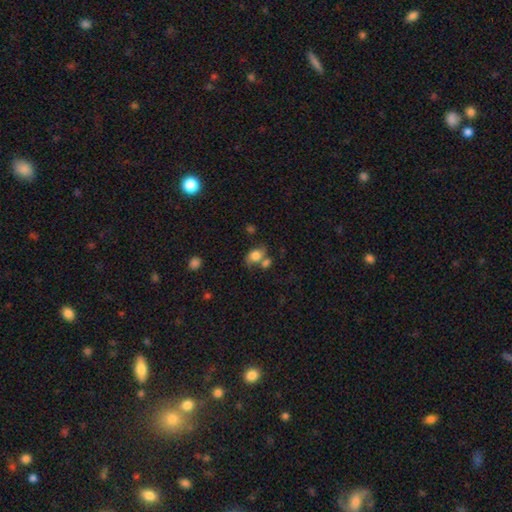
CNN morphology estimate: A smooth galaxy with no disk features (74%) that is in between round and cigar-shaped (72%). Merging: none (42%).